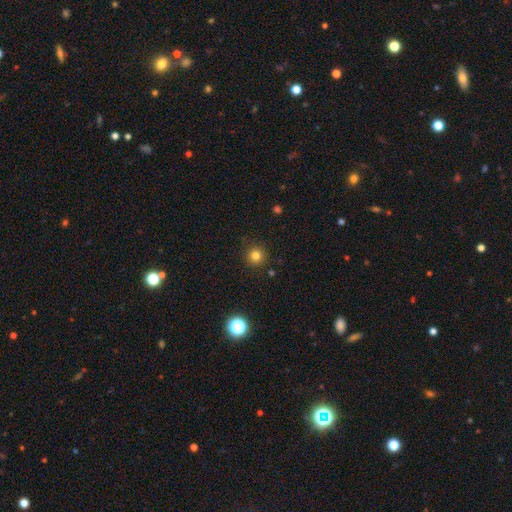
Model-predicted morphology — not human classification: smooth 79%, star or artifact 15%, featured or disk 6%. Down the decision tree: how rounded — round (95%); merging — none (90%).